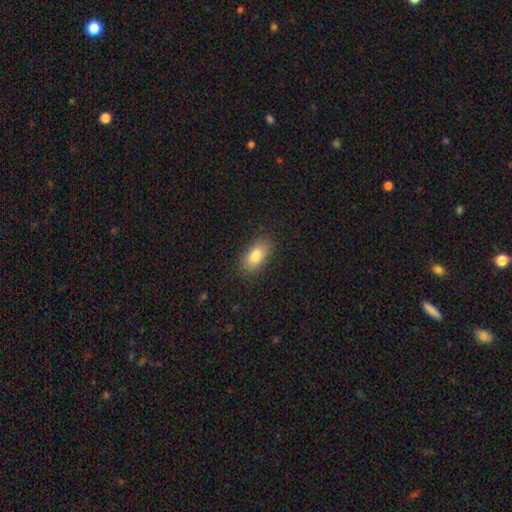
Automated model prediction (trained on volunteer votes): smooth-or-featured: smooth: 81% | featured or disk: 11% | star or artifact: 8%
  how-rounded: in between: 89% | round: 5% | cigar-shaped: 5%
  merging: none: 87% | minor disturbance: 10% | major disturbance: 3% | merger: 1%